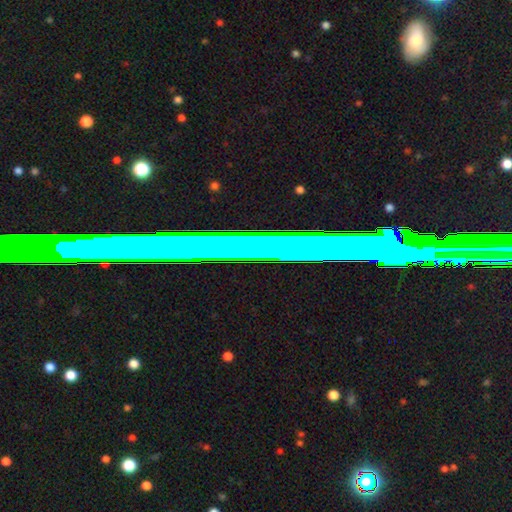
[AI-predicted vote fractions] This is possibly a star or artifact rather than a galaxy (48%).